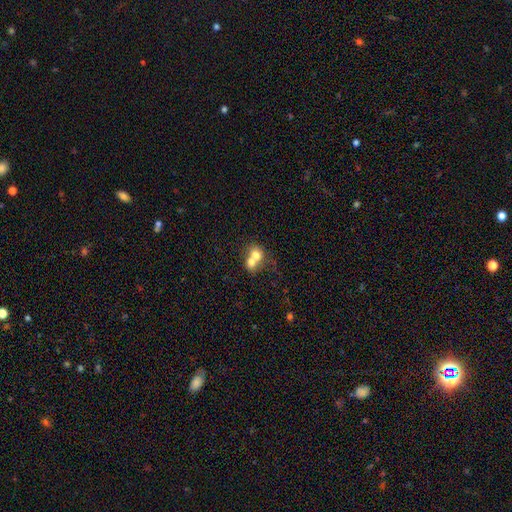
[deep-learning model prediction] Smooth or featured?
  - smooth: 69% *
  - featured or disk: 22%
  - star or artifact: 10%
How rounded?
  - round: 61% *
  - in between: 38%
  - cigar-shaped: 1%
Merging?
  - merger: 71% *
  - none: 20%
  - minor disturbance: 5%
  - major disturbance: 3%